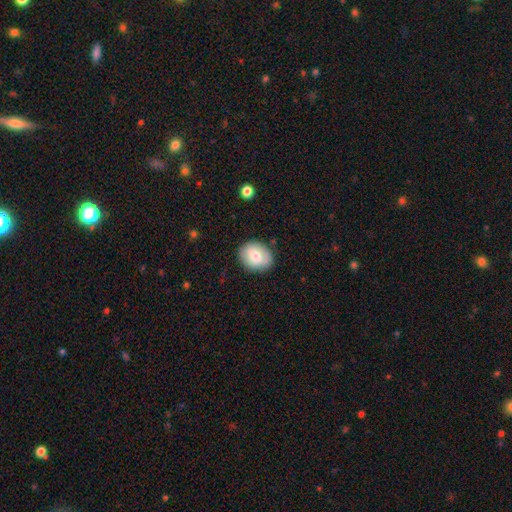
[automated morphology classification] Smooth or featured? Predicted: smooth (p=0.70). How rounded? Predicted: in between (p=0.55). Merging? Predicted: none (p=0.85).